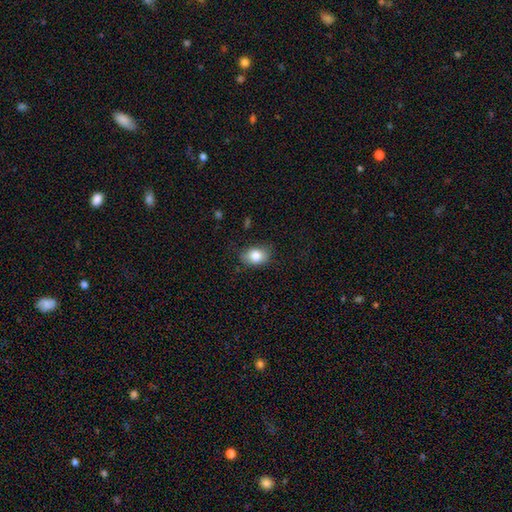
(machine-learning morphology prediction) This is clearly a smooth galaxy (83%). How rounded: likely in between (78%). Merging: likely none (79%).